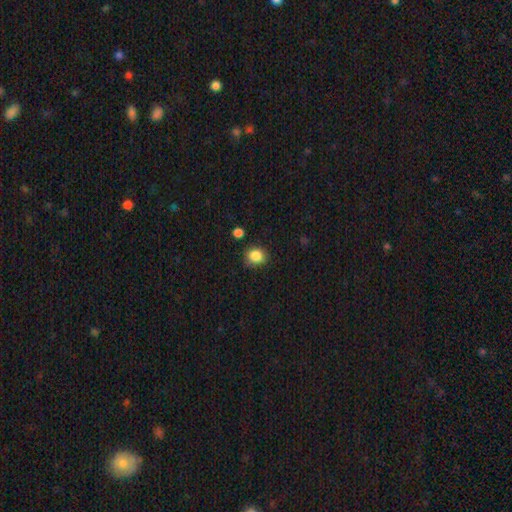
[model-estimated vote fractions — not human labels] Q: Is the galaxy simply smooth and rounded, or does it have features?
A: smooth — 86%.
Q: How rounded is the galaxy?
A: round — 65%.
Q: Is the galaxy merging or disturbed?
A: none — 80%.